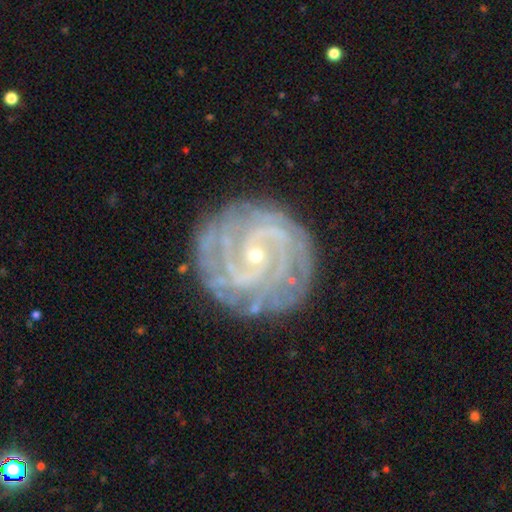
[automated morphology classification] This is clearly a featured or disk galaxy (90%). It is clearly not viewed edge-on (97%). Bar: possibly no (50%). Spiral arm pattern: clearly yes (98%). Spiral arm count: marginally 2 (33%). Spiral winding: likely tight (75%). Central bulge: likely small (77%). Merging: clearly none (82%).